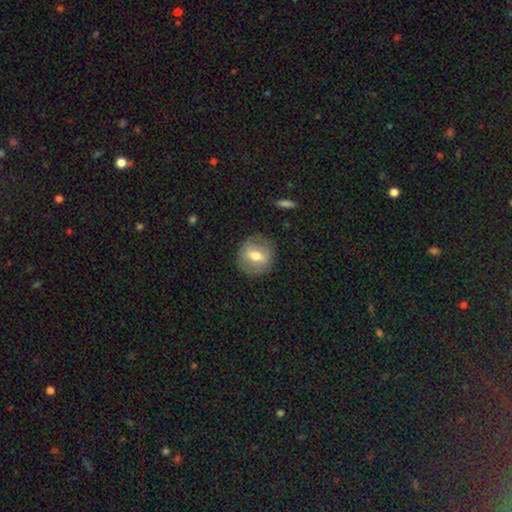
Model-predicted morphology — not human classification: Q: Smooth or featured?
A: smooth (51%); runner-up: featured or disk (41%)
Q: How rounded?
A: round (81%); runner-up: in between (18%)
Q: Merging?
A: none (82%); runner-up: minor disturbance (12%)